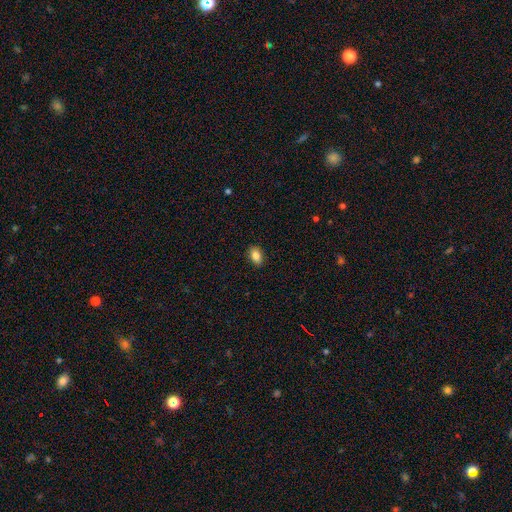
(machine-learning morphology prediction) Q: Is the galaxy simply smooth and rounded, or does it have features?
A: smooth — 85%.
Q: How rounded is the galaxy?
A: in between — 87%.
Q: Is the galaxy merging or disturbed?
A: none — 89%.